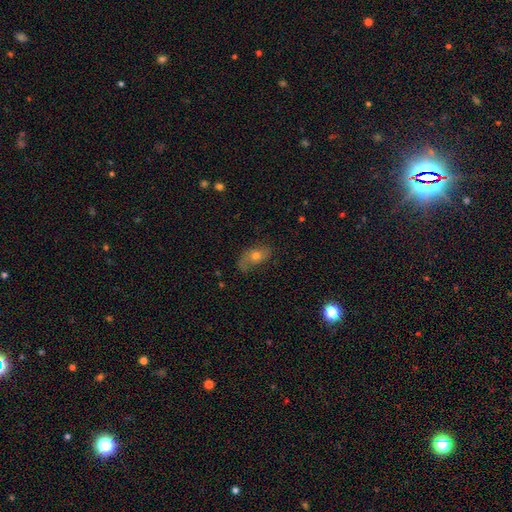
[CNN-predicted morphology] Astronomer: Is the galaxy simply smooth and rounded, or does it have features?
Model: smooth — 58%.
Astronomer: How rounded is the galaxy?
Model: in between — 83%.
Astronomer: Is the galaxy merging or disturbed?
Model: none — 58%.